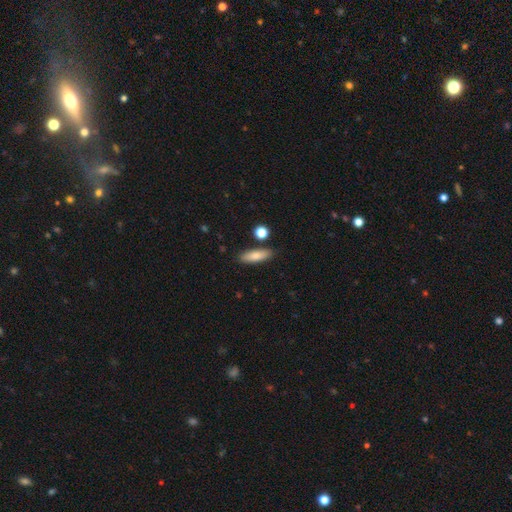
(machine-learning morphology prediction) type=smooth (79%); roundness=cigar-shaped (49%); merging=none (84%).